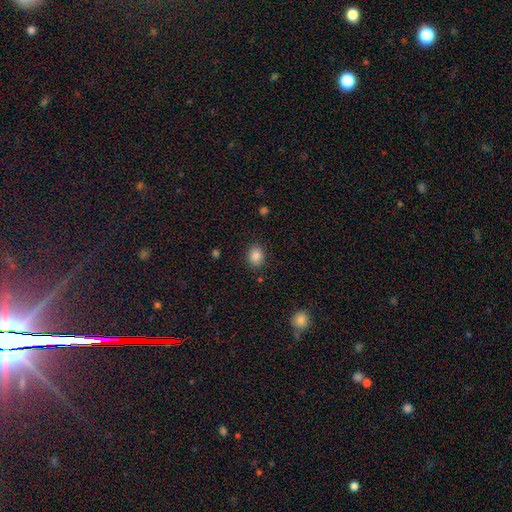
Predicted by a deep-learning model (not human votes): smooth 87%, star or artifact 10%, featured or disk 4%. Down the decision tree: how rounded — round (62%); merging — none (87%).